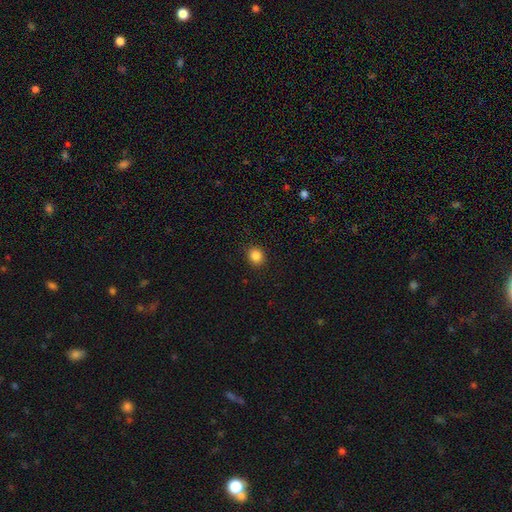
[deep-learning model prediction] A smooth galaxy with no disk features (86%) that is round (77%).

Vote fractions:
- Smooth or featured? smooth: 86% / star or artifact: 11% / featured or disk: 3%
- How rounded? round: 77% / in between: 22% / cigar-shaped: 1%
- Merging? none: 90% / minor disturbance: 7% / major disturbance: 2% / merger: 1%